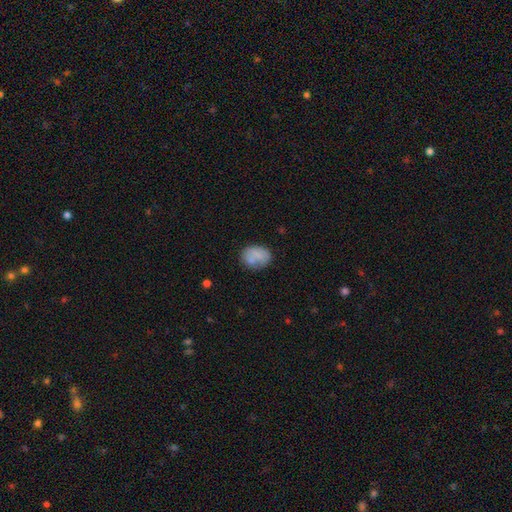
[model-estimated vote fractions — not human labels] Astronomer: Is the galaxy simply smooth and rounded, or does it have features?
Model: smooth — 78%.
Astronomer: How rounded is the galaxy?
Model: in between — 63%.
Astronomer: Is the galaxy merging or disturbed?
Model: none — 62%.